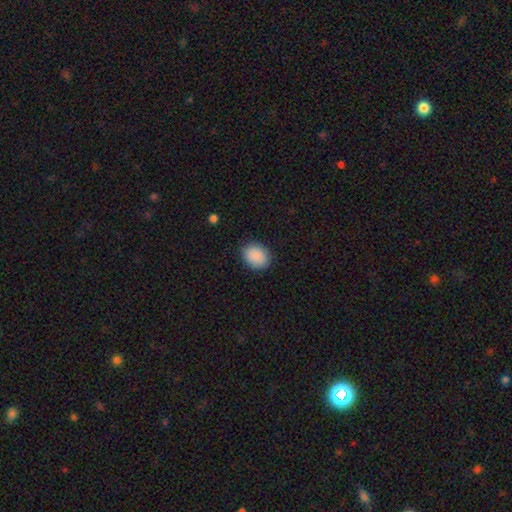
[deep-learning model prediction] Smooth or featured: smooth — 90% (star or artifact — 7%)
How rounded: in between — 59% (round — 40%)
Merging: none — 88% (minor disturbance — 9%)